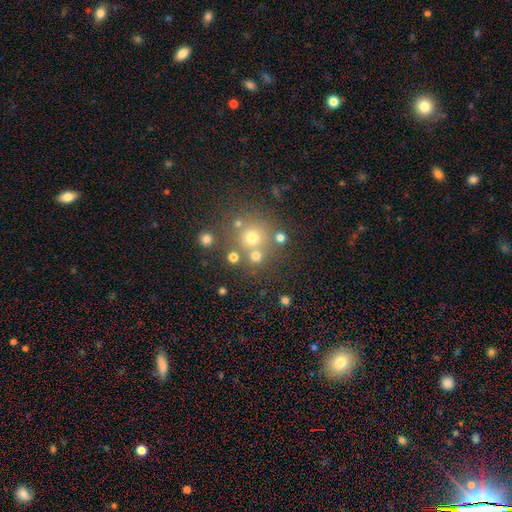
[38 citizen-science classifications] A smooth galaxy with no disk features (76%) that is round (100%). Merging: none (71%).